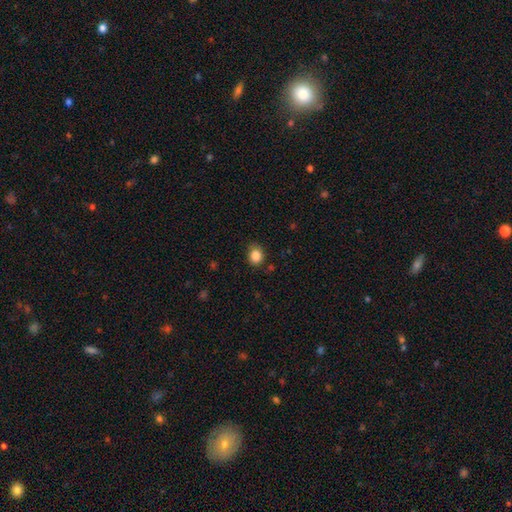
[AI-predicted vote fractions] smooth_or_featured: smooth (p=0.85) [alt: star or artifact p=0.10]
how_rounded: round (p=0.61) [alt: in between p=0.38]
merging: none (p=0.83) [alt: minor disturbance p=0.13]